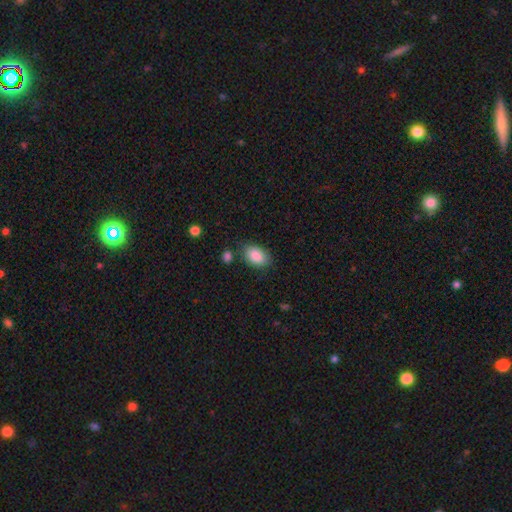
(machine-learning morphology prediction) This is clearly a smooth galaxy (88%). How rounded: clearly in between (89%). Merging: likely none (77%).